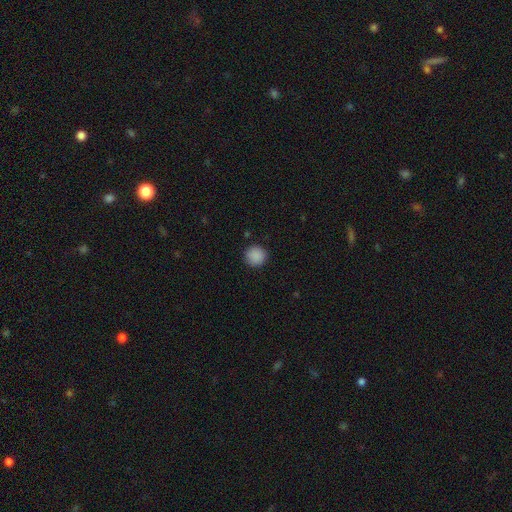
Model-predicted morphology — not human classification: This is clearly a smooth galaxy (88%). How rounded: clearly round (94%). Merging: clearly none (91%).